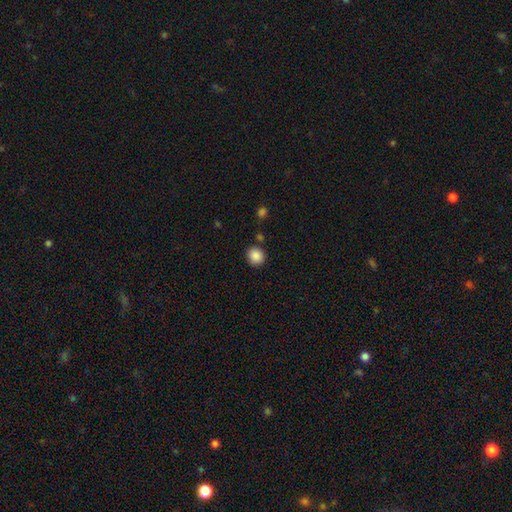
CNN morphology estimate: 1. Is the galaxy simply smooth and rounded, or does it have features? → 88% smooth, 9% star or artifact, 3% featured or disk.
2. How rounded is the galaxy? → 82% round, 17% in between, 1% cigar-shaped.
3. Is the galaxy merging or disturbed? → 84% none, 9% minor disturbance, 4% merger, 3% major disturbance.